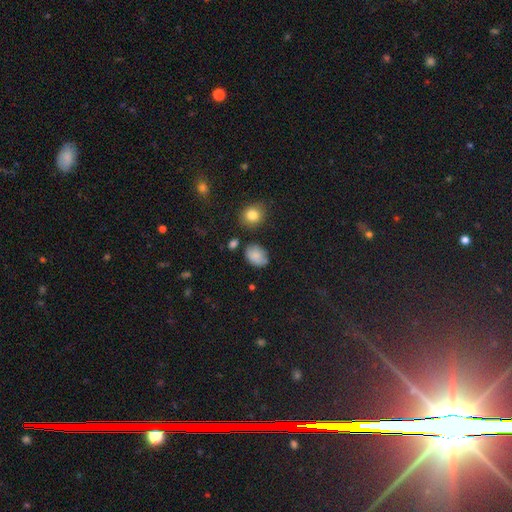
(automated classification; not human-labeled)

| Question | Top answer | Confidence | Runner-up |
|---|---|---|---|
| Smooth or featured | smooth | 82% | star or artifact (9%) |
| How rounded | in between | 78% | round (21%) |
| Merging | none | 69% | minor disturbance (21%) |